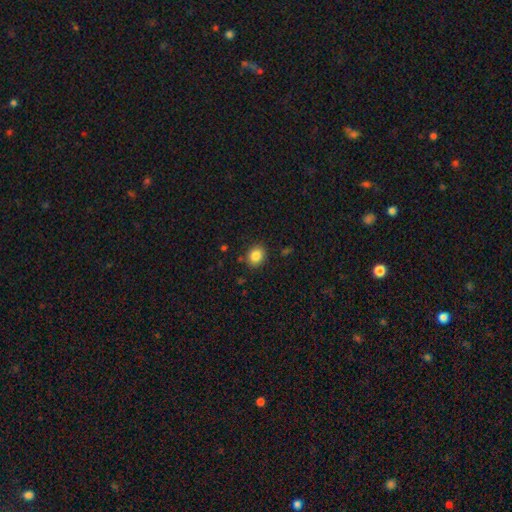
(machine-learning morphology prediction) Smooth or featured? smooth (85%)
How rounded? round (64%)
Merging? none (87%)